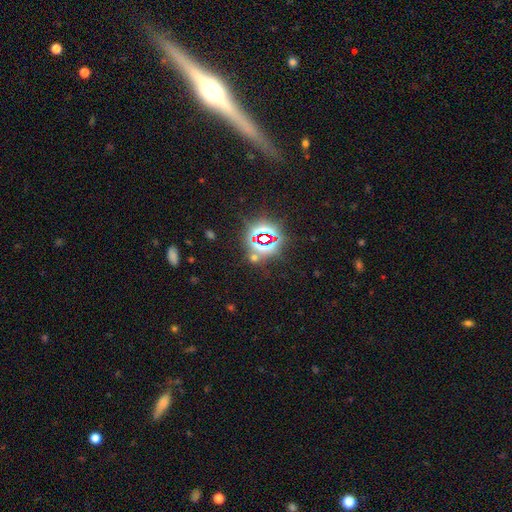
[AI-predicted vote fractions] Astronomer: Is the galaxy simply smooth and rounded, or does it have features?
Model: star or artifact — 79%.